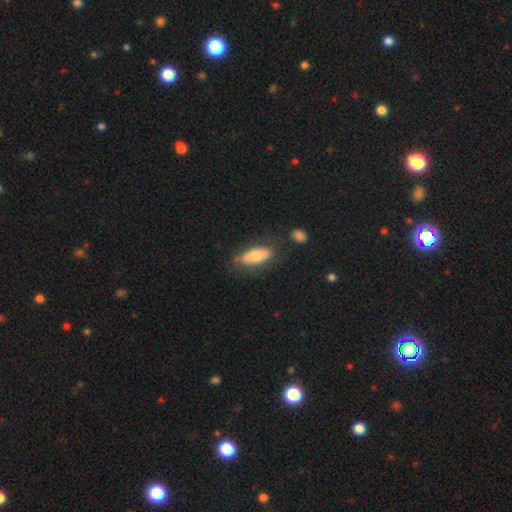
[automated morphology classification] A smooth galaxy with no disk features (61%) that is in between round and cigar-shaped (83%). Merging: none (67%).